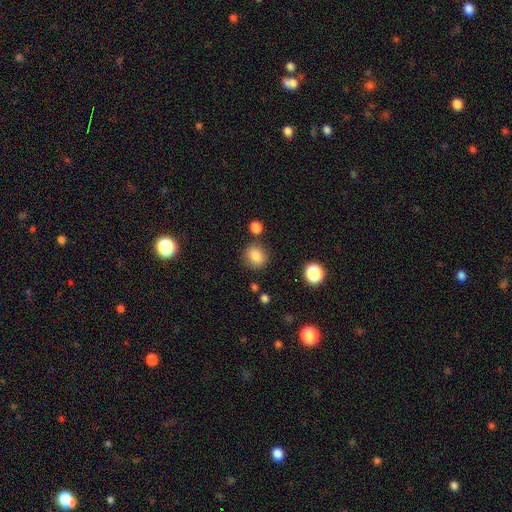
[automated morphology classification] Overall: smooth (84%). How rounded: round (81%). Merging: none (82%).